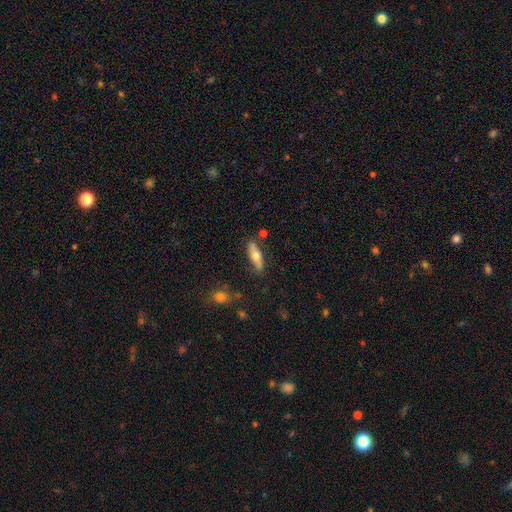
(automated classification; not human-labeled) smooth_or_featured: smooth (p=0.56) [alt: featured or disk p=0.38]
how_rounded: in between (p=0.49) [alt: cigar-shaped p=0.48]
merging: none (p=0.80) [alt: minor disturbance p=0.13]